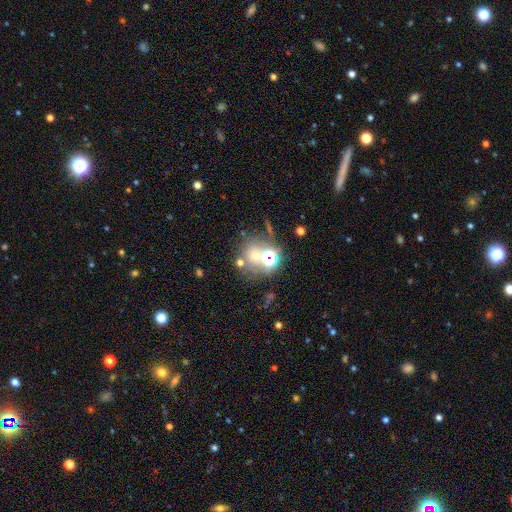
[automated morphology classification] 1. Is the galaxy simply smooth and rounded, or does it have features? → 45% smooth, 38% star or artifact, 17% featured or disk.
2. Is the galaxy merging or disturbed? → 57% none, 23% merger, 12% minor disturbance, 9% major disturbance.